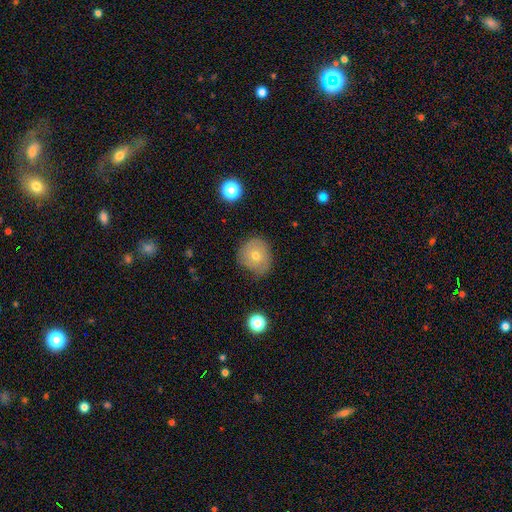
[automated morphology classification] A smooth galaxy with no disk features (57%) that is round (82%).

Vote fractions:
- Smooth or featured? smooth: 57% / featured or disk: 33% / star or artifact: 10%
- How rounded? round: 82% / in between: 17% / cigar-shaped: 1%
- Merging? none: 66% / minor disturbance: 26% / major disturbance: 6% / merger: 1%